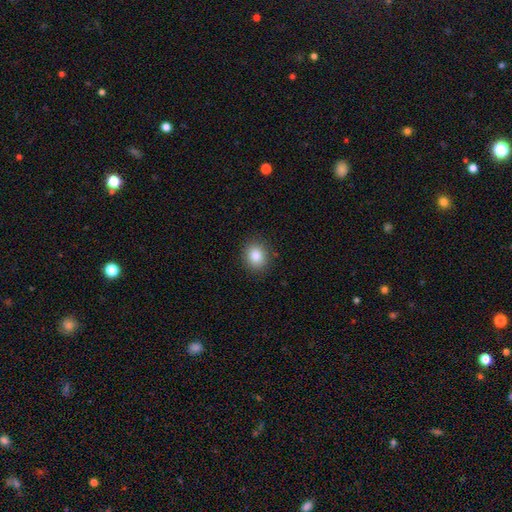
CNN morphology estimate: A smooth galaxy with no disk features (85%) that is round (68%).

Vote fractions:
- Smooth or featured? smooth: 85% / star or artifact: 10% / featured or disk: 6%
- How rounded? round: 68% / in between: 31% / cigar-shaped: 1%
- Merging? none: 89% / minor disturbance: 7% / major disturbance: 2% / merger: 1%